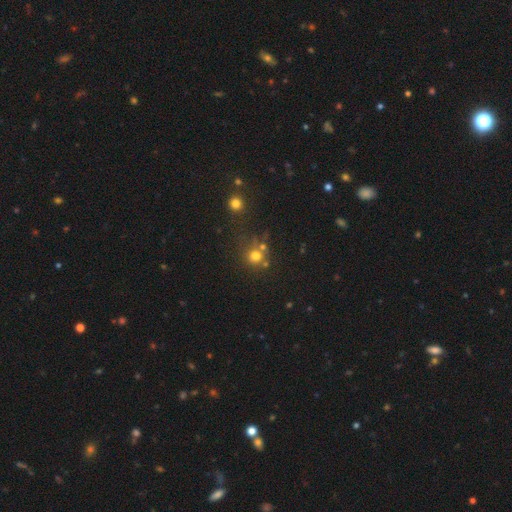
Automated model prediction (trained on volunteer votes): This is likely a smooth galaxy (71%). How rounded: clearly round (88%). Merging: possibly none (59%).